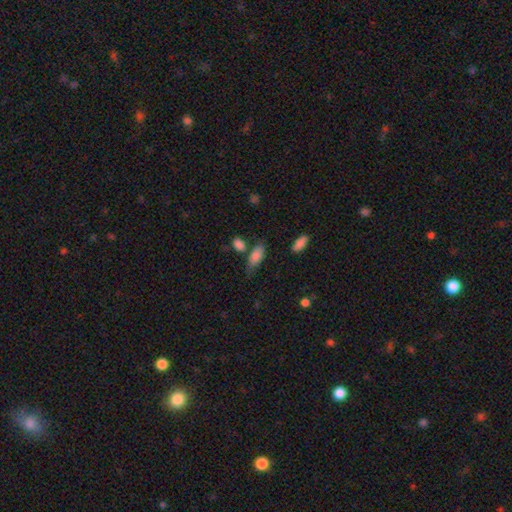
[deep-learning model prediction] This appears to be a smooth galaxy with no disk features (84%) that is in between round and cigar-shaped (82%). Merging: none (55%).